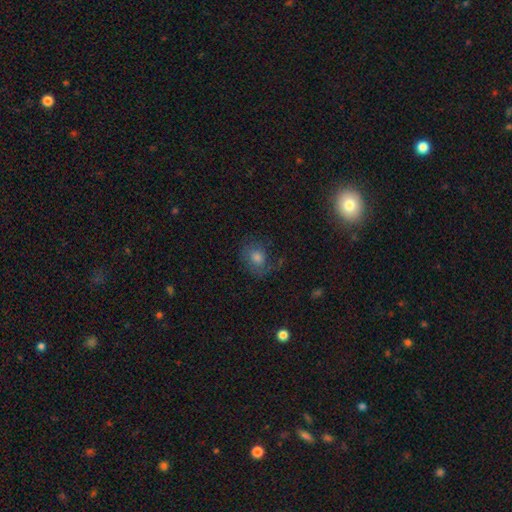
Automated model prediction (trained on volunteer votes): smooth-or-featured: smooth: 52% | featured or disk: 33% | star or artifact: 15%
  how-rounded: round: 58% | in between: 41% | cigar-shaped: 1%
  merging: none: 58% | minor disturbance: 21% | major disturbance: 18% | merger: 2%